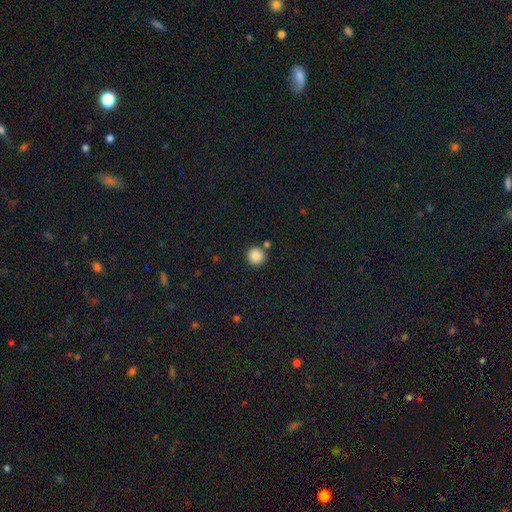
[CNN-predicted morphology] This is clearly a smooth galaxy (87%). How rounded: clearly round (93%). Merging: clearly none (83%).